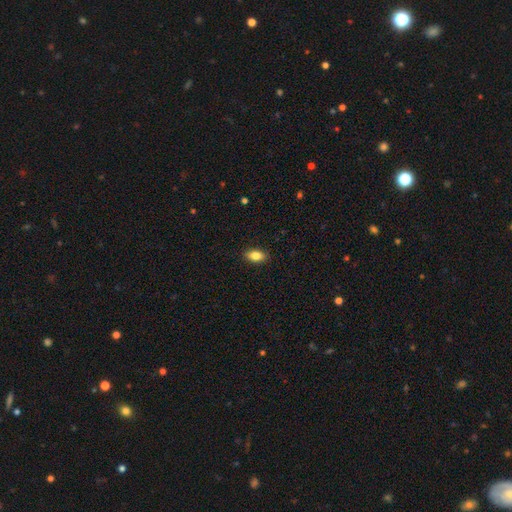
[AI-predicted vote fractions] Smooth or featured? smooth (84%)
How rounded? in between (89%)
Merging? none (90%)